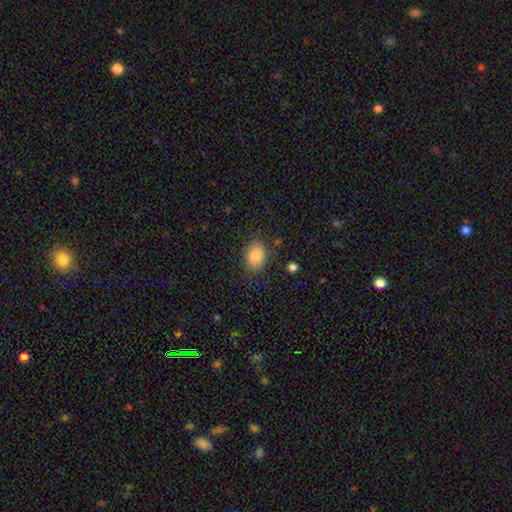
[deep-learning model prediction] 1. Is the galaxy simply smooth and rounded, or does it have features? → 85% smooth, 8% star or artifact, 6% featured or disk.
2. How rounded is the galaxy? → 63% in between, 36% round, 1% cigar-shaped.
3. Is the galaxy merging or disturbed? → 82% none, 13% minor disturbance, 4% major disturbance, 2% merger.